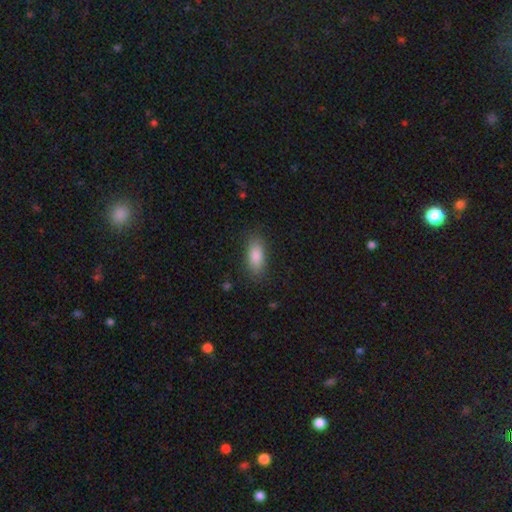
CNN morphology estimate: Q: Smooth or featured?
A: smooth (86%); runner-up: star or artifact (7%)
Q: How rounded?
A: in between (83%); runner-up: cigar-shaped (14%)
Q: Merging?
A: none (84%); runner-up: minor disturbance (12%)